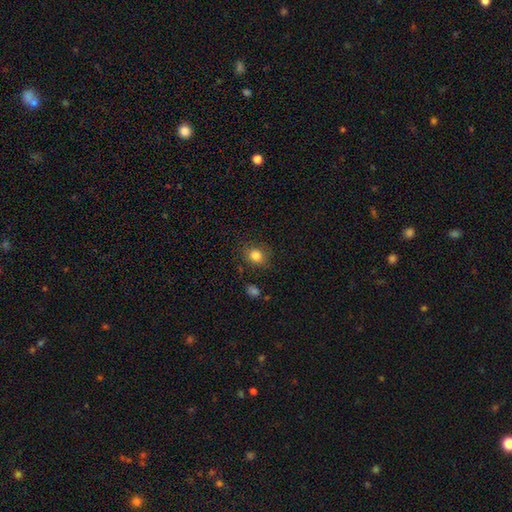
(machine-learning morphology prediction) Overall: smooth (82%). How rounded: round (68%; in between 31%). Merging: none (81%).